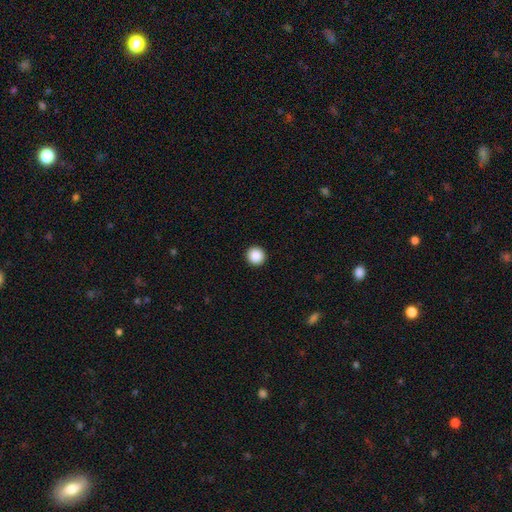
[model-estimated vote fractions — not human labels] This is clearly a smooth galaxy (89%). How rounded: clearly round (96%). Merging: clearly none (93%).